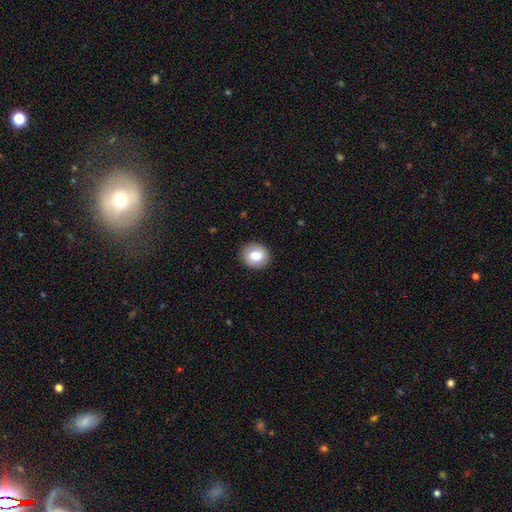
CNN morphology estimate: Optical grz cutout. It shows a smooth galaxy with no disk features (80%) that is round (78%). Merging: none (90%).